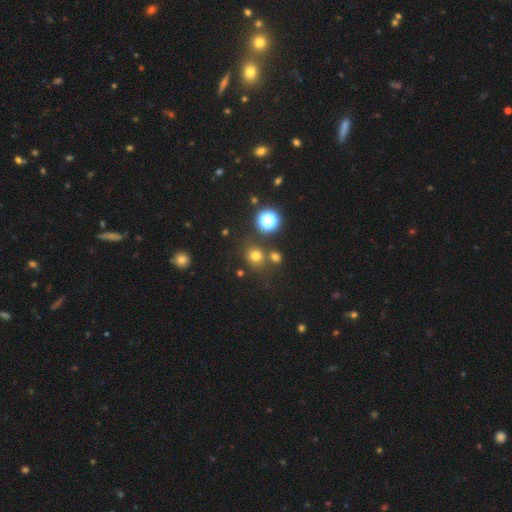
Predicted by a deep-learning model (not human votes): A smooth galaxy with no disk features (68%) that is round (82%).

Vote fractions:
- Smooth or featured? smooth: 68% / star or artifact: 24% / featured or disk: 8%
- How rounded? round: 82% / in between: 17% / cigar-shaped: 1%
- Merging? none: 74% / merger: 13% / minor disturbance: 10% / major disturbance: 4%